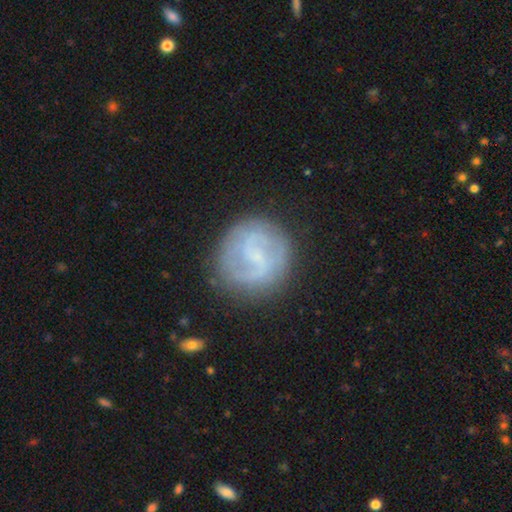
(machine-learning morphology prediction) Overall: featured or disk (70%). Edge-on disk: no (98%). Bar: weak (52%; no 28%). Spiral arms: yes (86%). Spiral arm count: 2 (73%). Spiral winding: medium (43%; tight 30%). Bulge size: small (58%; none 29%). Merging: none (79%).